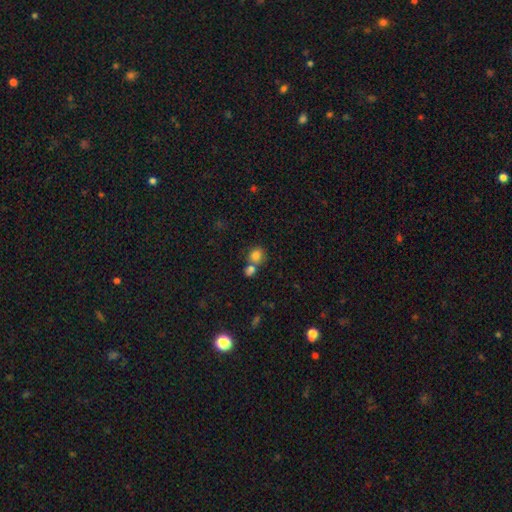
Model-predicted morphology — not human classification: Smooth or featured? smooth (81%)
How rounded? round (79%)
Merging? none (48%)